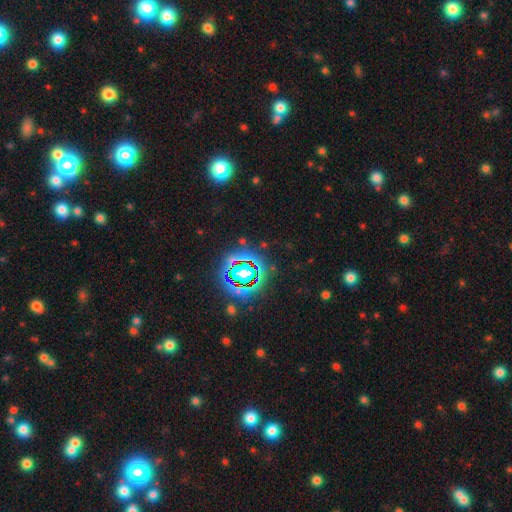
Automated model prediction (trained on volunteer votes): Smooth or featured? Predicted: star or artifact (p=0.79).